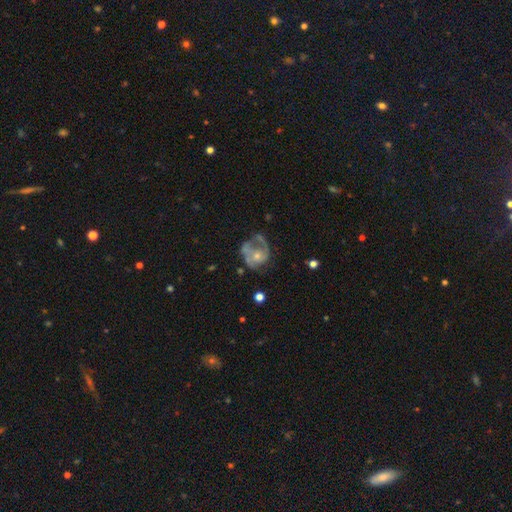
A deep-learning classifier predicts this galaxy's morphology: Smooth or featured? featured or disk (69%)
Edge-on disk? no (98%)
Bar? no (76%)
Spiral arms? yes (68%)
Bulge size? small (52%)
Merging? major disturbance (37%)